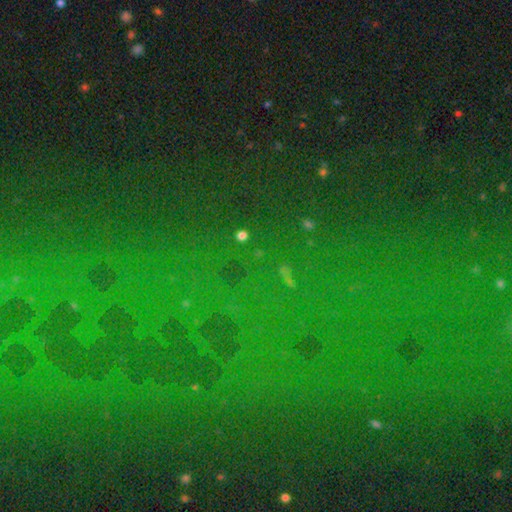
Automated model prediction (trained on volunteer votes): Smooth or featured? Predicted: star or artifact (p=0.80).